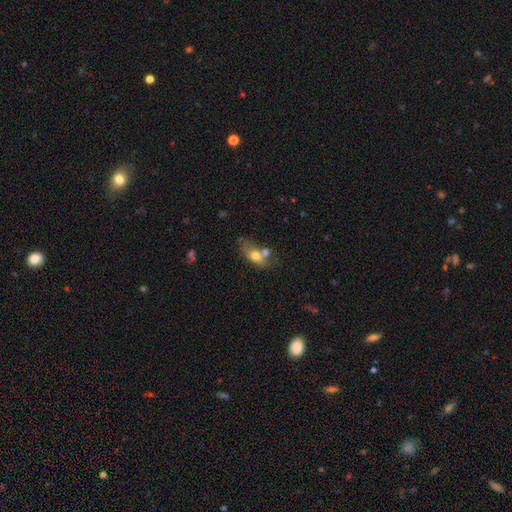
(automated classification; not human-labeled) A smooth galaxy with no disk features (63%) that is in between round and cigar-shaped (77%).

Vote fractions:
- Smooth or featured? smooth: 63% / featured or disk: 29% / star or artifact: 8%
- How rounded? in between: 77% / round: 12% / cigar-shaped: 11%
- Merging? merger: 38% / none: 35% / minor disturbance: 17% / major disturbance: 10%